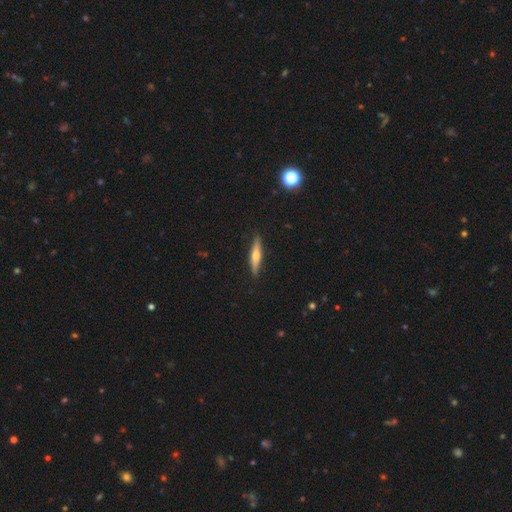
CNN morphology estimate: type=featured or disk (56%); edge-on=yes (95%); edge-on bulge=rounded (89%); merging=none (90%).